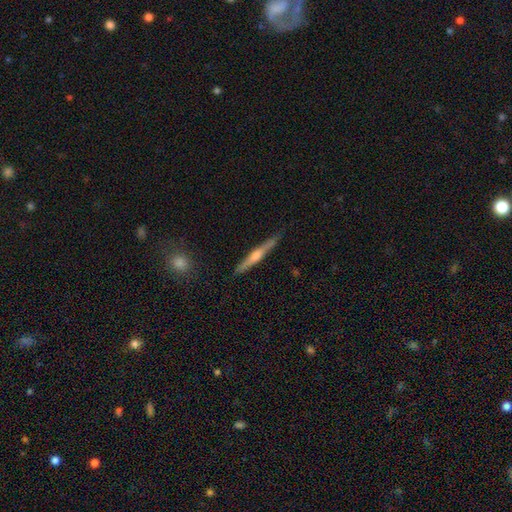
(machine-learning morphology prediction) Q: Smooth or featured?
A: featured or disk (69%); runner-up: smooth (25%)
Q: Edge-on disk?
A: yes (98%); runner-up: no (2%)
Q: Edge-on bulge?
A: rounded (82%); runner-up: none (10%)
Q: Merging?
A: none (89%); runner-up: minor disturbance (8%)